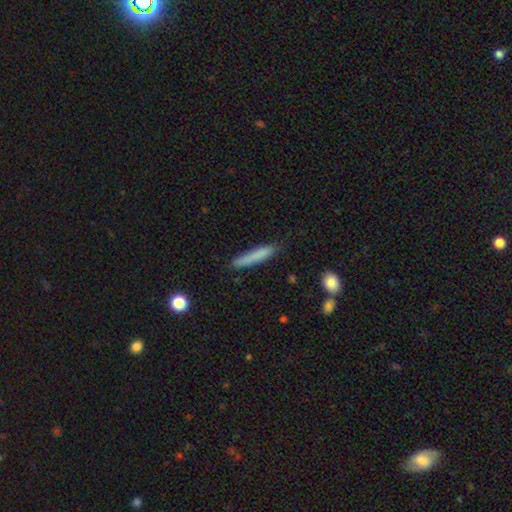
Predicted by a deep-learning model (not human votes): Smooth or featured? smooth (79%)
How rounded? cigar-shaped (93%)
Merging? none (81%)